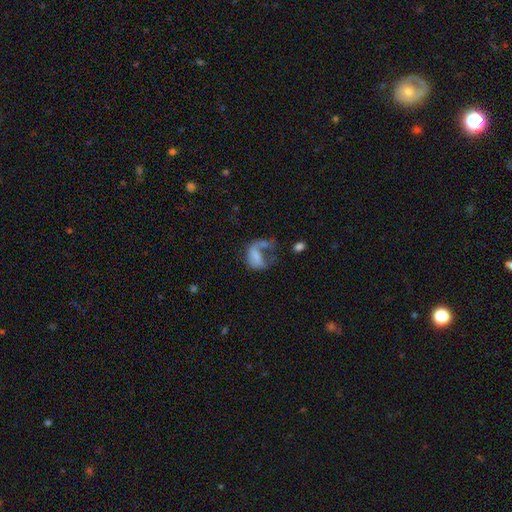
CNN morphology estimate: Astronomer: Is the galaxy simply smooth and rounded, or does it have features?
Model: smooth — 47% (runner-up: featured or disk, 41%).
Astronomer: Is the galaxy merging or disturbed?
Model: major disturbance — 52%.